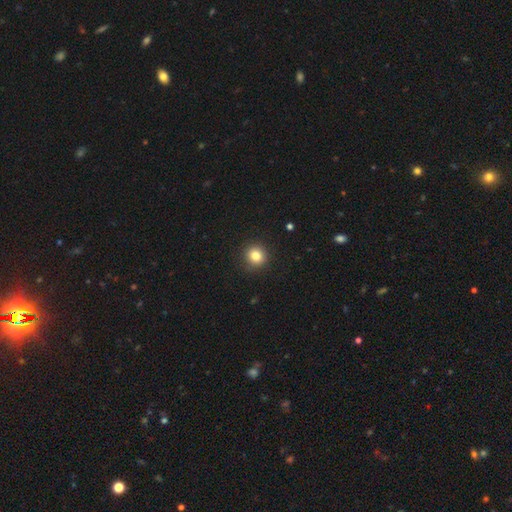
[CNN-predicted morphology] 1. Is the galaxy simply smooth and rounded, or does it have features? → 82% smooth, 11% star or artifact, 7% featured or disk.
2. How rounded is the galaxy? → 92% round, 7% in between, 1% cigar-shaped.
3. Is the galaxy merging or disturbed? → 91% none, 6% minor disturbance, 2% major disturbance, 1% merger.